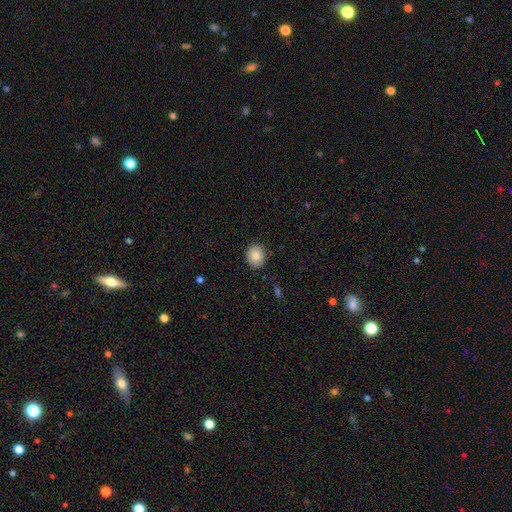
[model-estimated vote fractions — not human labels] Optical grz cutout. It shows a smooth galaxy with no disk features (87%) that is round (68%). Merging: none (86%).